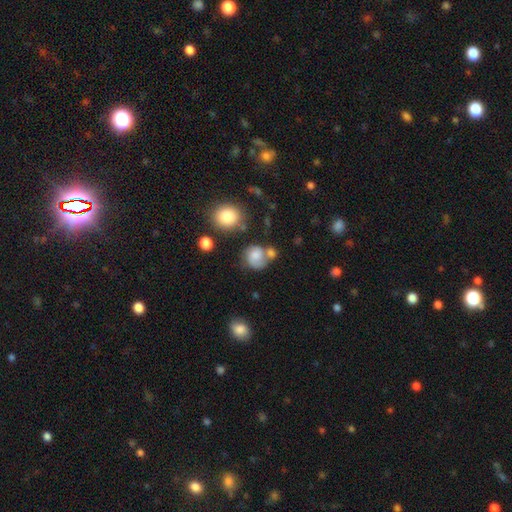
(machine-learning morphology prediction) A smooth galaxy with no disk features (55%) that is round (78%). Merging: none (47%).